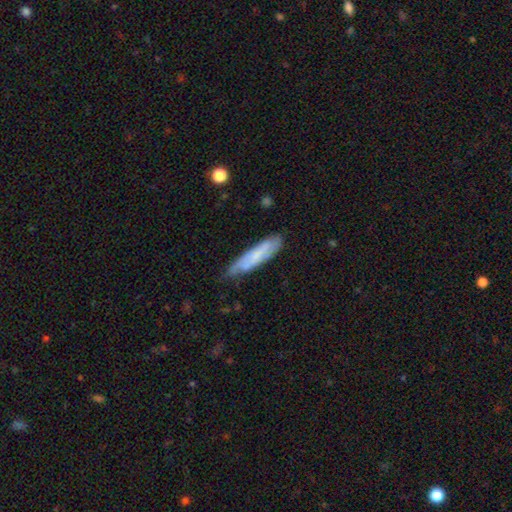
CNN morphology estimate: Smooth or featured?
  - smooth: 53% *
  - featured or disk: 41%
  - star or artifact: 6%
How rounded?
  - cigar-shaped: 78% *
  - in between: 21%
  - round: 2%
Merging?
  - none: 68% *
  - minor disturbance: 25%
  - major disturbance: 5%
  - merger: 2%